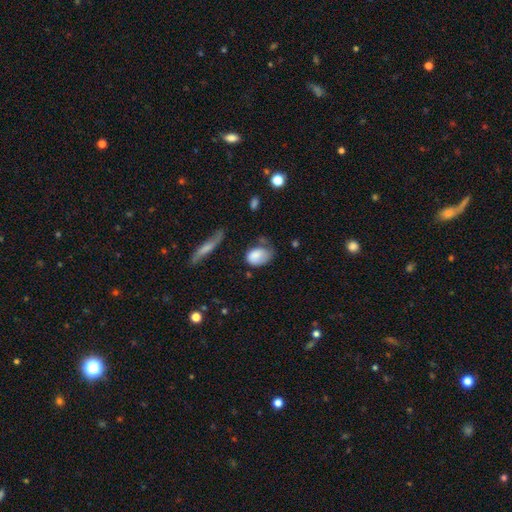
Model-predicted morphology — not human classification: A smooth galaxy with no disk features (77%) that is in between round and cigar-shaped (77%).

Vote fractions:
- Smooth or featured? smooth: 77% / featured or disk: 16% / star or artifact: 7%
- How rounded? in between: 77% / round: 21% / cigar-shaped: 2%
- Merging? minor disturbance: 35% / none: 34% / major disturbance: 24% / merger: 7%